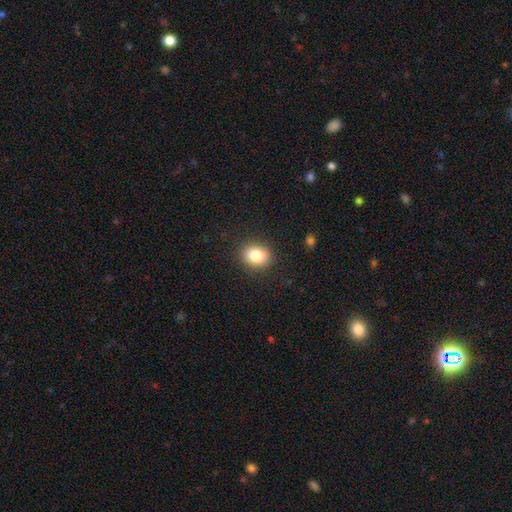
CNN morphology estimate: This appears to be a smooth galaxy with no disk features (85%) that is in between round and cigar-shaped (52%). Merging: none (87%).